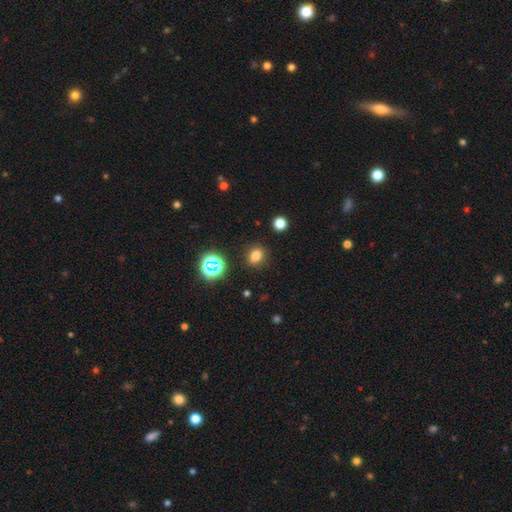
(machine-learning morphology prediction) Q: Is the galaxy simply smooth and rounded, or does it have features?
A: smooth — 76%.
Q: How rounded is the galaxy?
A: in between — 51%.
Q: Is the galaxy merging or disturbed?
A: none — 87%.